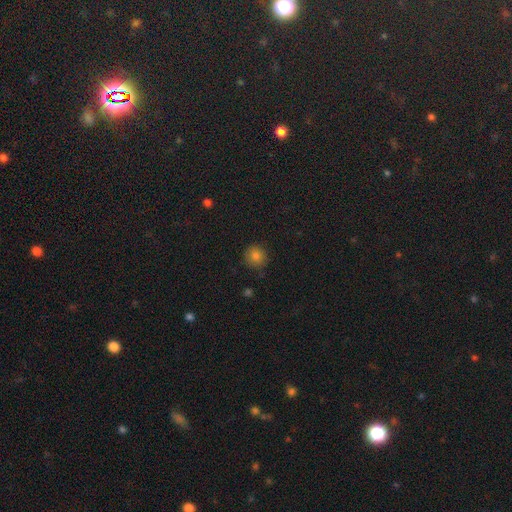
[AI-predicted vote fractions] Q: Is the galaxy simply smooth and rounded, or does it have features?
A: smooth — 83%.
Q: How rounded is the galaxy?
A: round — 92%.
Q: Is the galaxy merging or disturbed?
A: none — 86%.